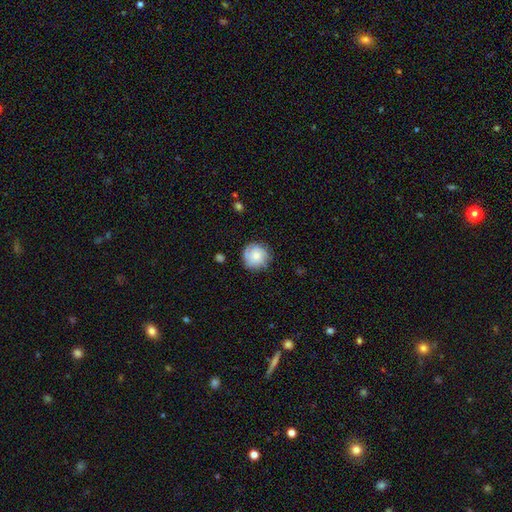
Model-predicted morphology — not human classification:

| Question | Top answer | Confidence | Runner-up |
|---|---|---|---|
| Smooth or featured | smooth | 62% | featured or disk (29%) |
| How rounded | round | 91% | in between (8%) |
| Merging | none | 76% | minor disturbance (17%) |